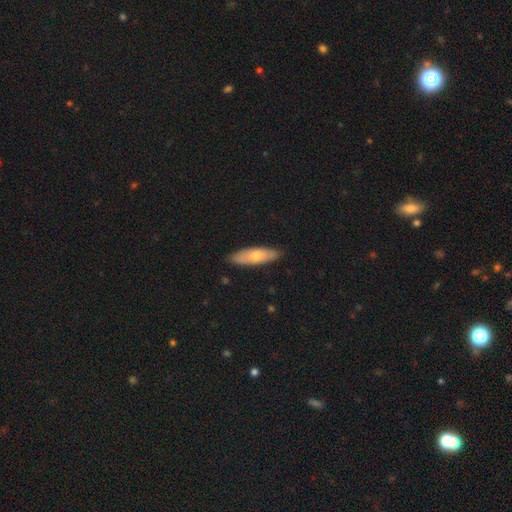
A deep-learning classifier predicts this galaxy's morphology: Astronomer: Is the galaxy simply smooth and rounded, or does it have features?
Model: smooth — 61%.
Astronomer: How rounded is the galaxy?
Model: in between — 49% (runner-up: cigar-shaped, 48%).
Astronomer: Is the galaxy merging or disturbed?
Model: none — 87%.